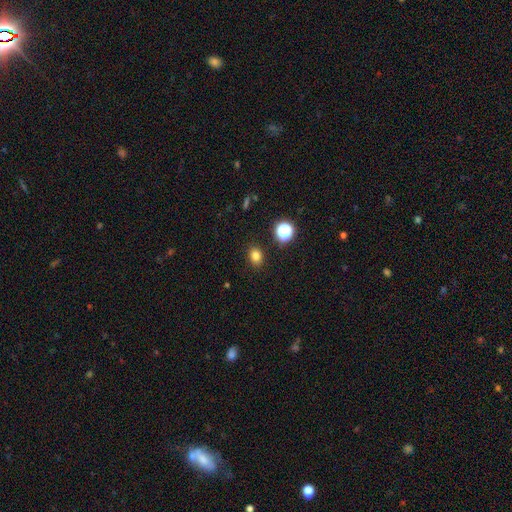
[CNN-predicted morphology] type=smooth (80%); roundness=in between (54%); merging=none (88%).